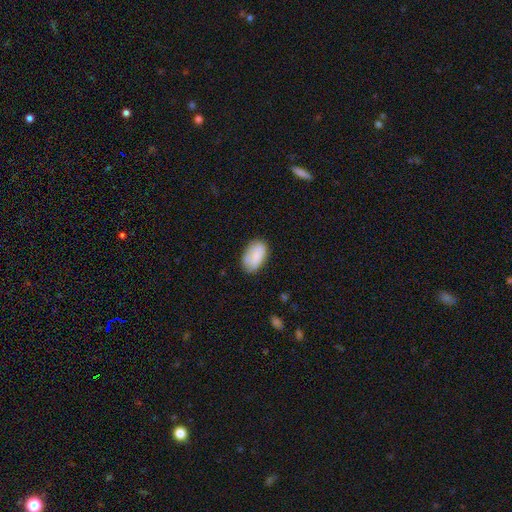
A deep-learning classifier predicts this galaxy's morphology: Smooth or featured: smooth — 80% (featured or disk — 13%)
How rounded: in between — 94% (round — 5%)
Merging: none — 71% (minor disturbance — 21%)